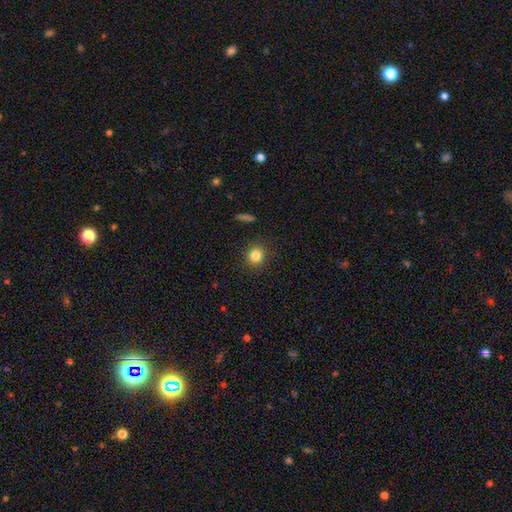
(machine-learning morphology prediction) This is clearly a smooth galaxy (83%). How rounded: clearly round (87%). Merging: clearly none (88%).